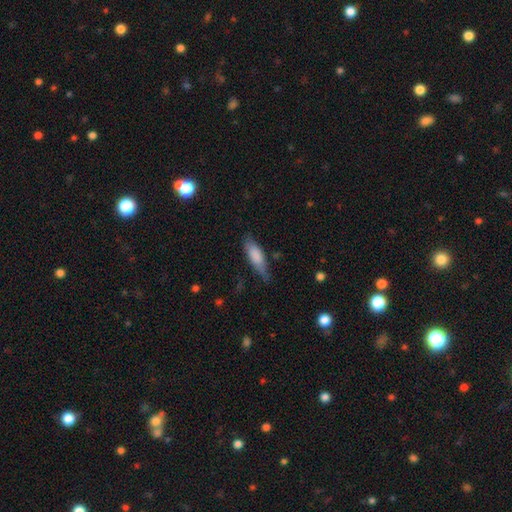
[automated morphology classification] smooth 79%, featured or disk 15%, star or artifact 6%. Down the decision tree: how rounded — in between (56%); merging — none (62%).